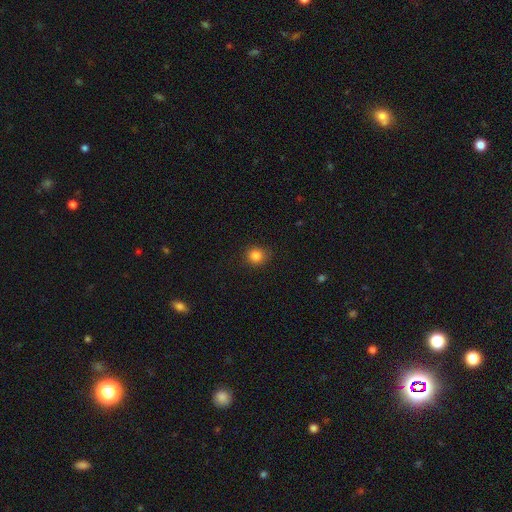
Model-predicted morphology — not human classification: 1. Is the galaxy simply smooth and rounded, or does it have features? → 84% smooth, 12% star or artifact, 4% featured or disk.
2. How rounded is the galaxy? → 87% round, 12% in between, 1% cigar-shaped.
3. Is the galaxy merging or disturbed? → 87% none, 9% minor disturbance, 2% major disturbance, 1% merger.